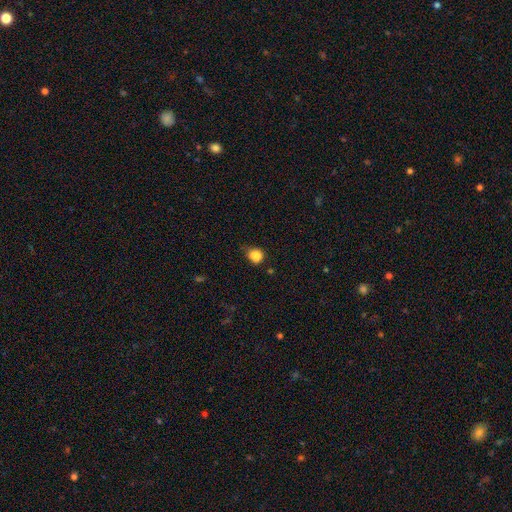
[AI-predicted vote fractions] A smooth galaxy with no disk features (84%) that is round (67%). Merging: none (55%).